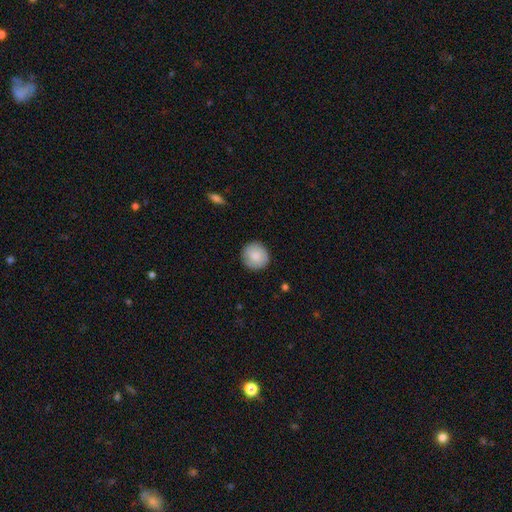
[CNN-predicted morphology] smooth 79%, featured or disk 15%, star or artifact 6%. Down the decision tree: how rounded — round (93%); merging — none (86%).